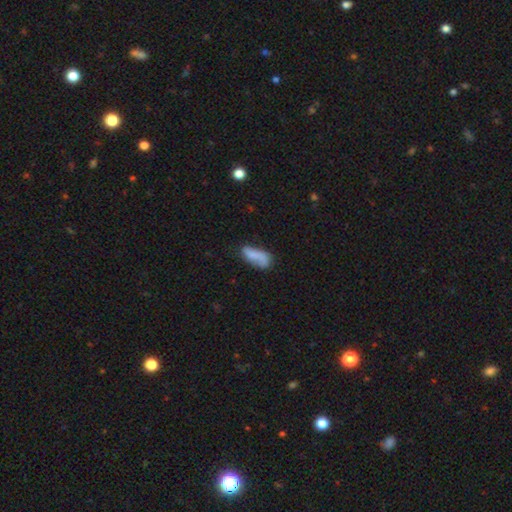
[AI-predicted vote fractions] smooth_or_featured: smooth (p=0.66) [alt: featured or disk p=0.26]
how_rounded: in between (p=0.79) [alt: cigar-shaped p=0.19]
merging: none (p=0.50) [alt: minor disturbance p=0.29]